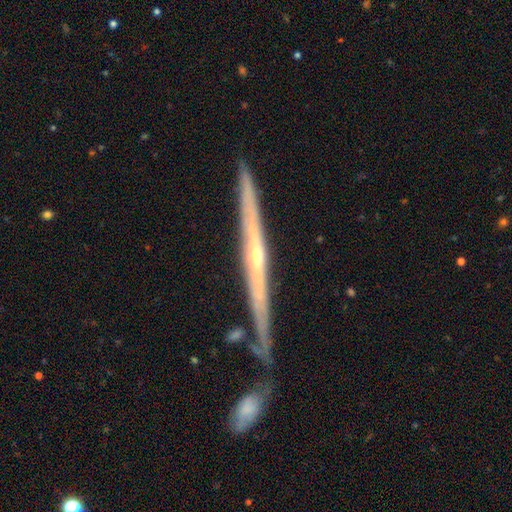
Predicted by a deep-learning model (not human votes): Smooth or featured?
  - featured or disk: 81% *
  - smooth: 13%
  - star or artifact: 6%
Edge-on disk?
  - yes: 96% *
  - no: 4%
Edge-on bulge?
  - rounded: 57% *
  - none: 39%
  - boxy: 4%
Merging?
  - none: 78% *
  - minor disturbance: 11%
  - merger: 8%
  - major disturbance: 3%